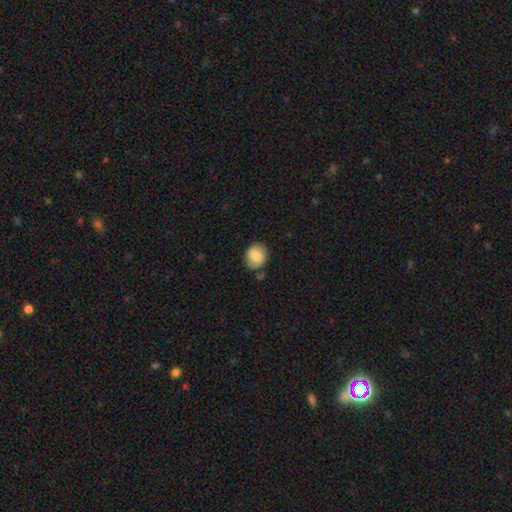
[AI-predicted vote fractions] smooth-or-featured: smooth: 83% | featured or disk: 10% | star or artifact: 8%
  how-rounded: round: 68% | in between: 31% | cigar-shaped: 1%
  merging: none: 75% | minor disturbance: 16% | merger: 5% | major disturbance: 4%